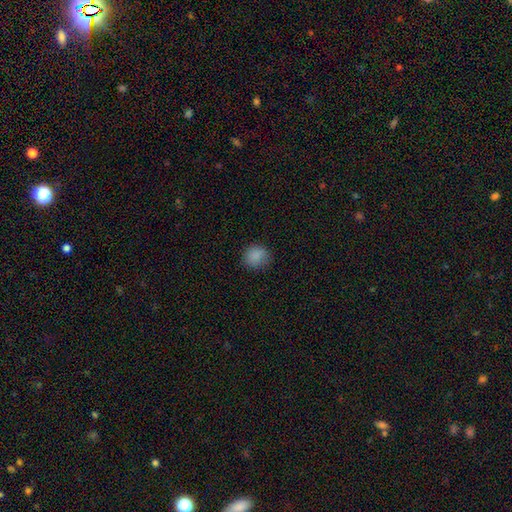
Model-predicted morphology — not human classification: type=smooth (86%); roundness=round (80%); merging=none (84%).